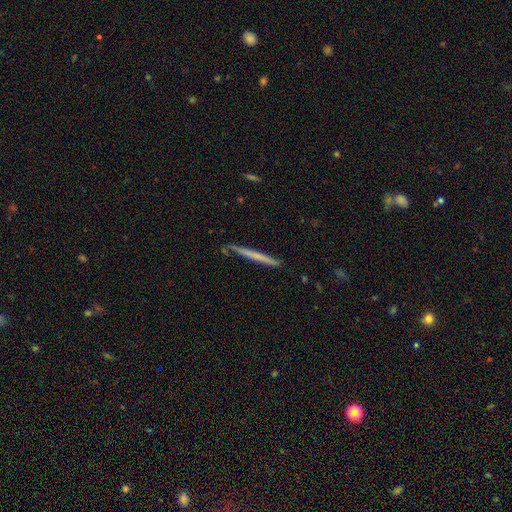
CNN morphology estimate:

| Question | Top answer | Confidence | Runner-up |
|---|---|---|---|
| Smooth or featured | smooth | 55% | featured or disk (40%) |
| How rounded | cigar-shaped | 97% | in between (2%) |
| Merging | none | 84% | minor disturbance (12%) |